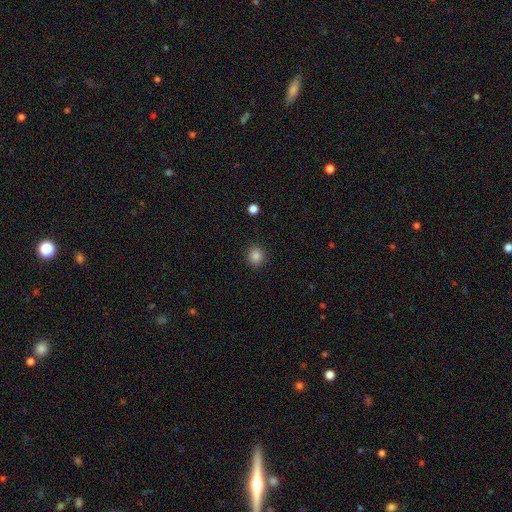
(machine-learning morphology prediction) Smooth or featured? Predicted: smooth (p=0.85). How rounded? Predicted: round (p=0.91). Merging? Predicted: none (p=0.91).